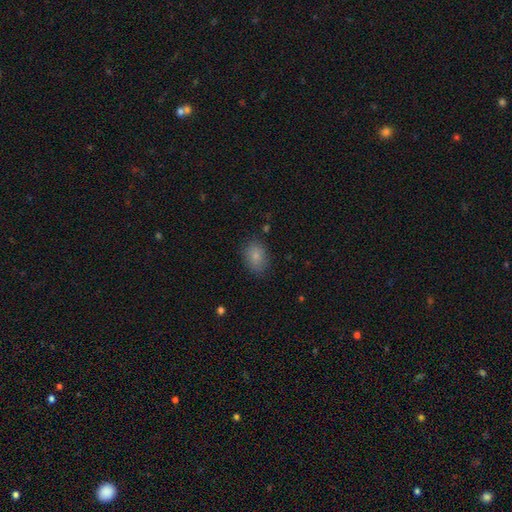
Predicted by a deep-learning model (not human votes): smooth-or-featured: smooth: 82% | star or artifact: 9% | featured or disk: 9%
  how-rounded: in between: 75% | round: 24% | cigar-shaped: 1%
  merging: none: 78% | minor disturbance: 16% | major disturbance: 4% | merger: 1%